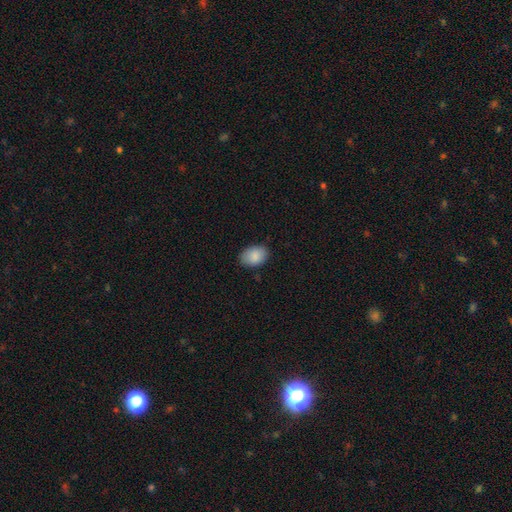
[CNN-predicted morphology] smooth_or_featured: smooth (p=0.88) [alt: star or artifact p=0.06]
how_rounded: in between (p=0.86) [alt: round p=0.13]
merging: none (p=0.84) [alt: minor disturbance p=0.12]